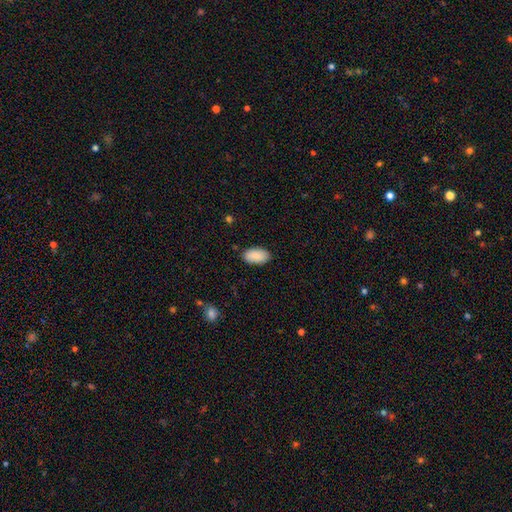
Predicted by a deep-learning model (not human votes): smooth-or-featured: smooth: 90% | star or artifact: 6% | featured or disk: 4%
  how-rounded: in between: 95% | round: 3% | cigar-shaped: 2%
  merging: none: 87% | minor disturbance: 10% | major disturbance: 2% | merger: 1%